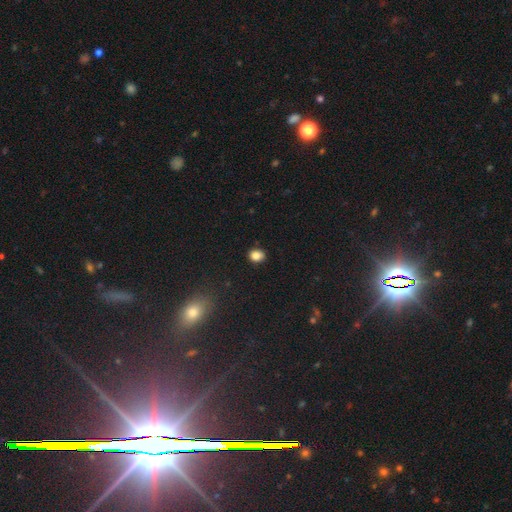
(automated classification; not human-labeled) A smooth galaxy with no disk features (85%) that is round (51%).

Vote fractions:
- Smooth or featured? smooth: 85% / star or artifact: 11% / featured or disk: 5%
- How rounded? round: 51% / in between: 47% / cigar-shaped: 1%
- Merging? none: 85% / minor disturbance: 12% / major disturbance: 2% / merger: 1%